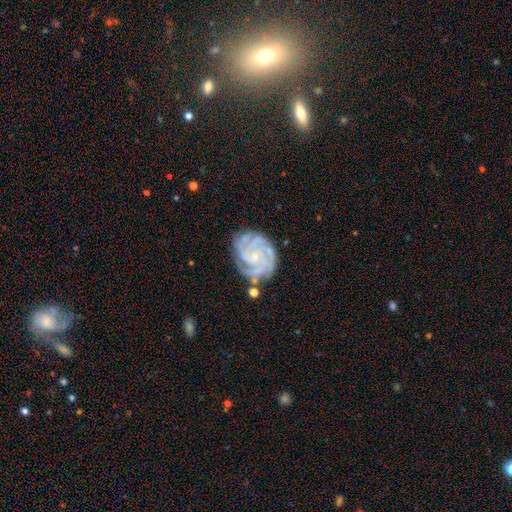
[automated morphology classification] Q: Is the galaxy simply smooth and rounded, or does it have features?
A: featured or disk — 88%.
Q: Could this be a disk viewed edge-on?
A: no — 98%.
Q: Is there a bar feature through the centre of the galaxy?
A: no — 74%.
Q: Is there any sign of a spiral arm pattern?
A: yes — 98%.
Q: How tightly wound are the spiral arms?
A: tight — 73%.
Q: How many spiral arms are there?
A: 4 — 41%.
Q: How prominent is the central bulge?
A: small — 78%.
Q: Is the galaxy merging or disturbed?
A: none — 74%.